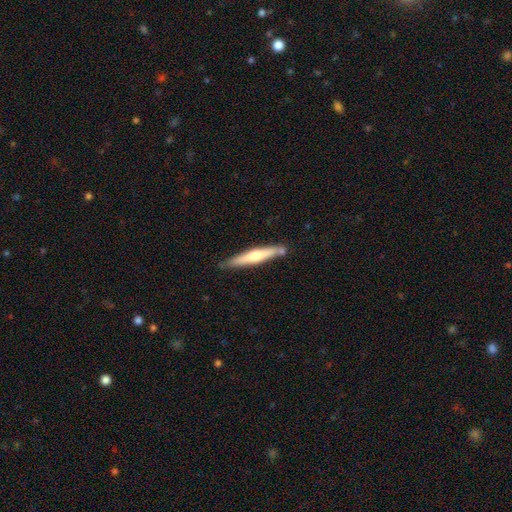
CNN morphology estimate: Overall: featured or disk (51%; smooth 45%). Edge-on disk: yes (96%). Merging: none (78%).